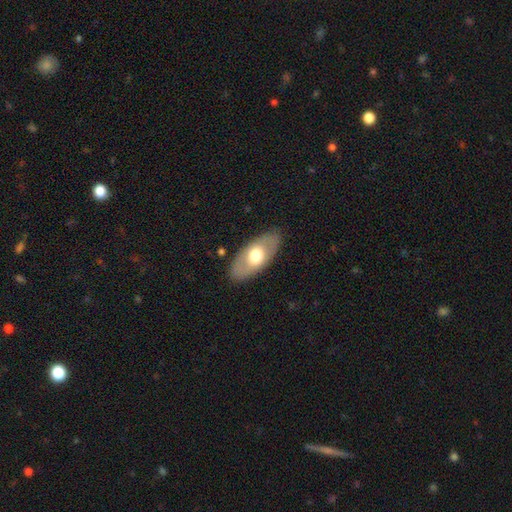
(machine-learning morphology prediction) Smooth or featured: smooth — 57% (featured or disk — 38%)
How rounded: in between — 90% (cigar-shaped — 6%)
Merging: none — 85% (minor disturbance — 11%)